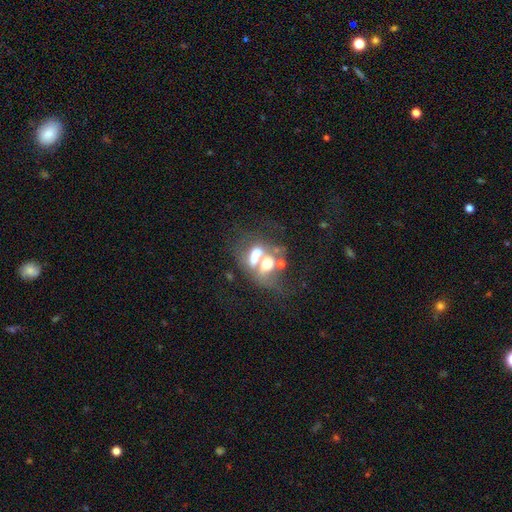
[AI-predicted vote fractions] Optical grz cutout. It shows a featured or disk galaxy (46%). Merging: merger (62%).